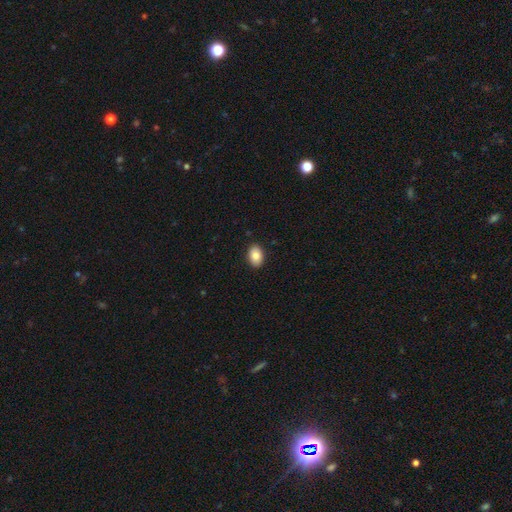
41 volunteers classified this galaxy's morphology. smooth-or-featured: smooth: 83% | star or artifact: 10% | featured or disk: 7%
  how-rounded: in between: 91% | round: 9% | cigar-shaped: 0%
  merging: none: 95% | minor disturbance: 5% | major disturbance: 0% | merger: 0%